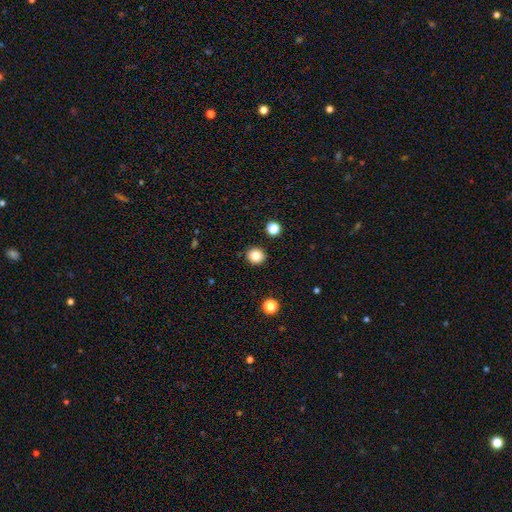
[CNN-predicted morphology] smooth-or-featured: smooth: 84% | star or artifact: 11% | featured or disk: 5%
  how-rounded: round: 89% | in between: 10% | cigar-shaped: 1%
  merging: none: 90% | minor disturbance: 6% | merger: 2% | major disturbance: 2%